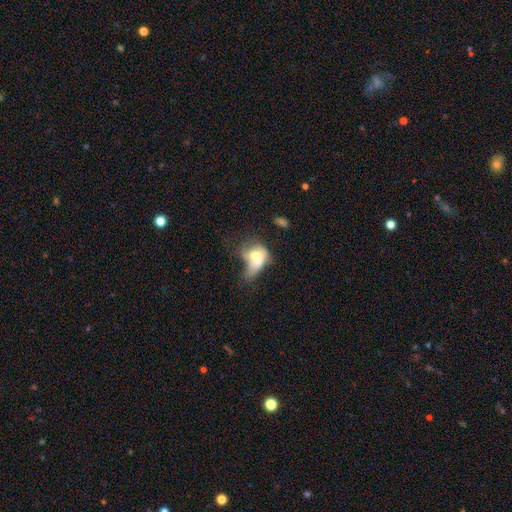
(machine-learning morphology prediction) Smooth or featured? Predicted: smooth (p=0.52). How rounded? Predicted: in between (p=0.70). Merging? Predicted: merger (p=0.39).